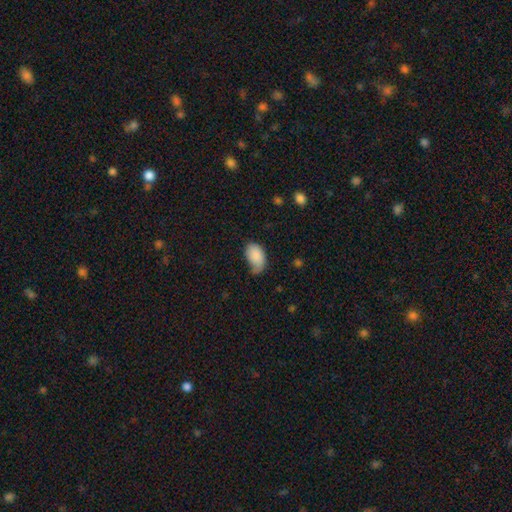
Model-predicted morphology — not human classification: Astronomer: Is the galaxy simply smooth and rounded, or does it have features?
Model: smooth — 85%.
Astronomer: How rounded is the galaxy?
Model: in between — 92%.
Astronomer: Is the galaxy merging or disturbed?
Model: minor disturbance — 41% (runner-up: none, 38%).